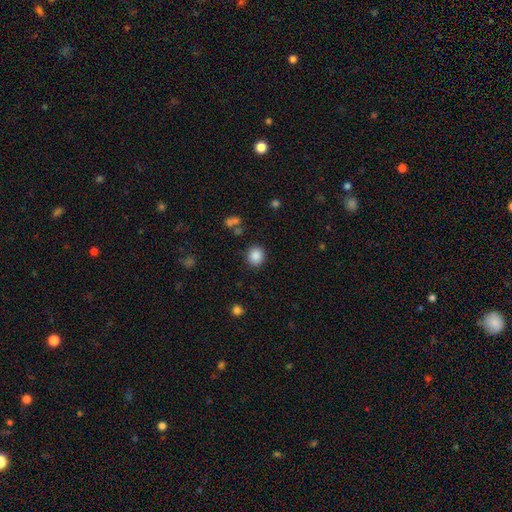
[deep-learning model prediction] Smooth or featured: smooth — 87% (star or artifact — 10%)
How rounded: round — 82% (in between — 17%)
Merging: none — 88% (minor disturbance — 7%)